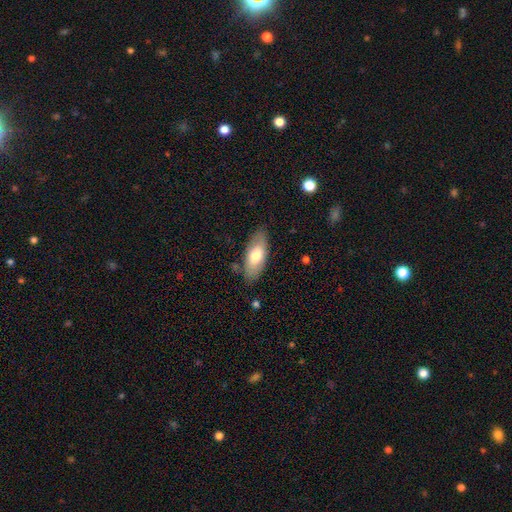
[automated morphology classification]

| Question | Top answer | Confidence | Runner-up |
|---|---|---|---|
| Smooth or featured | smooth | 71% | featured or disk (24%) |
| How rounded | in between | 83% | cigar-shaped (15%) |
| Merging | none | 82% | minor disturbance (13%) |